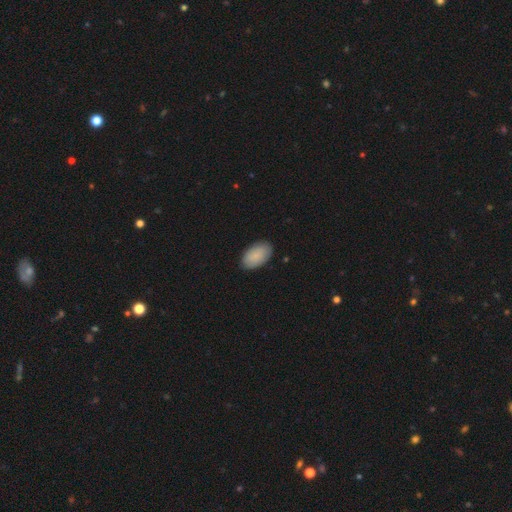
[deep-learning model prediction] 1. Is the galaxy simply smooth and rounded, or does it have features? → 87% smooth, 7% featured or disk, 6% star or artifact.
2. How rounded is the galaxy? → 95% in between, 3% round, 1% cigar-shaped.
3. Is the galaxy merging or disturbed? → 85% none, 12% minor disturbance, 2% major disturbance, 1% merger.